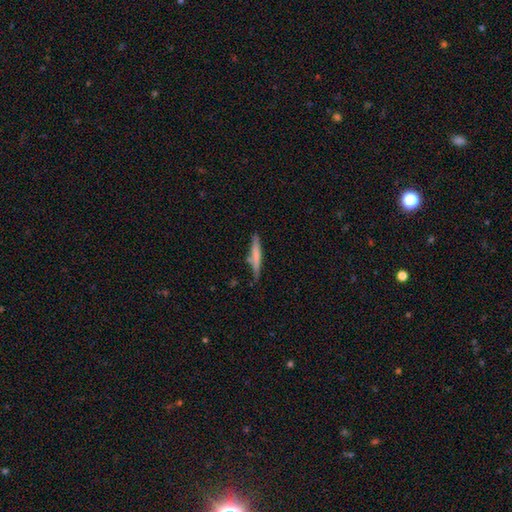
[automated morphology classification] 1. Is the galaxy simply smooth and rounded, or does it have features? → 63% smooth, 31% featured or disk, 6% star or artifact.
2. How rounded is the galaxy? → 93% cigar-shaped, 6% in between, 1% round.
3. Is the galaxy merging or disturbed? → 72% none, 18% minor disturbance, 6% merger, 4% major disturbance.